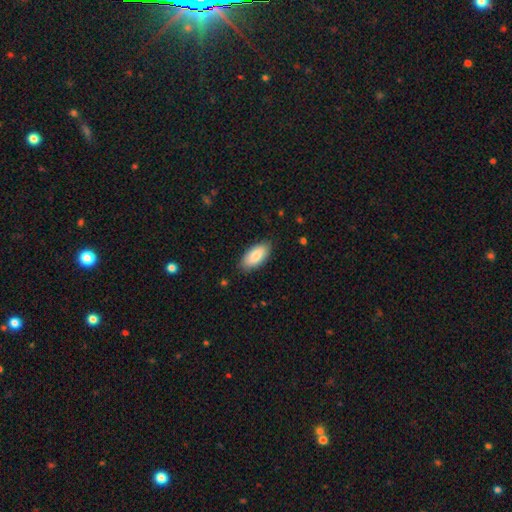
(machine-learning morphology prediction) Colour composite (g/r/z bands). It shows a smooth galaxy with no disk features (85%) that is in between round and cigar-shaped (90%). Merging: none (86%).